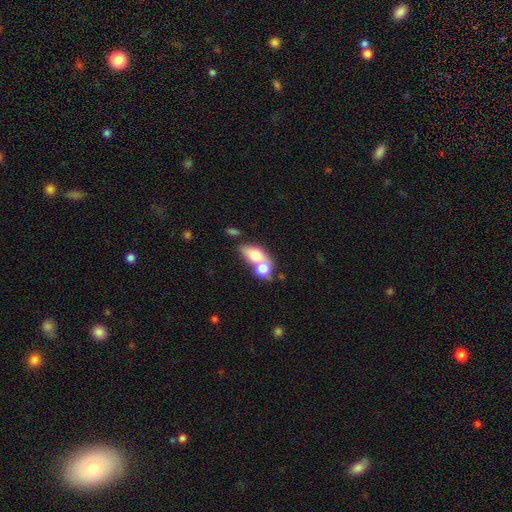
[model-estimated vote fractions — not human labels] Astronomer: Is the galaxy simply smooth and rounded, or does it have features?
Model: smooth — 69%.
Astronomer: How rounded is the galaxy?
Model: in between — 70%.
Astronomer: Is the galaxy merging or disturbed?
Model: merger — 67%.